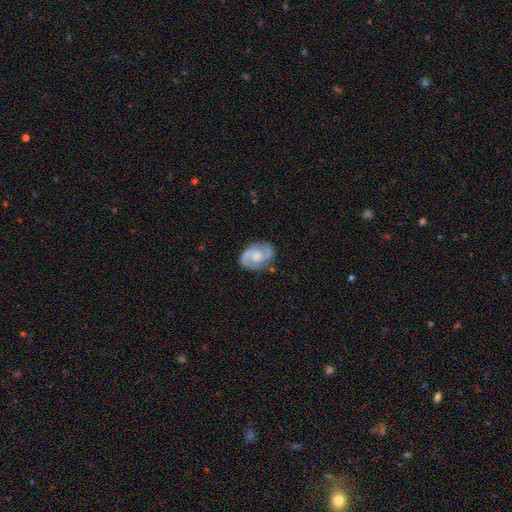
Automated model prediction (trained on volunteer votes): This appears to be a featured or disk galaxy (81%) with no bar (59%), 2 (88%) medium (53%) spiral arms (95%) and a moderate central bulge (55%). Merging: none (79%).